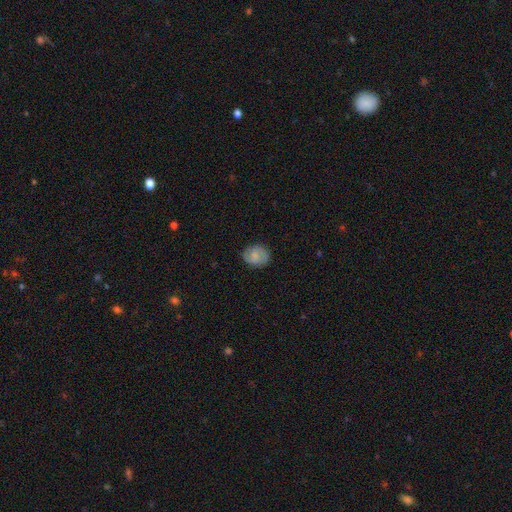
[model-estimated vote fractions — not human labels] smooth_or_featured: smooth (p=0.58) [alt: featured or disk p=0.34]
how_rounded: round (p=0.63) [alt: in between p=0.36]
merging: none (p=0.82) [alt: minor disturbance p=0.14]